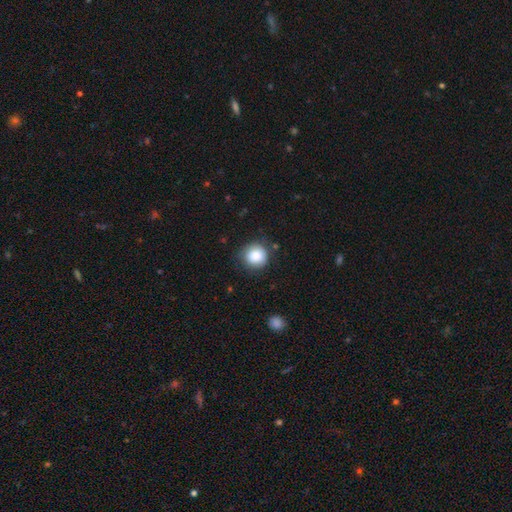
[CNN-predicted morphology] The model was most divided on "merging": none: 77%, minor disturbance: 16%, major disturbance: 5%, merger: 2%. More confident: how rounded — round (90%); smooth or featured — smooth (85%).